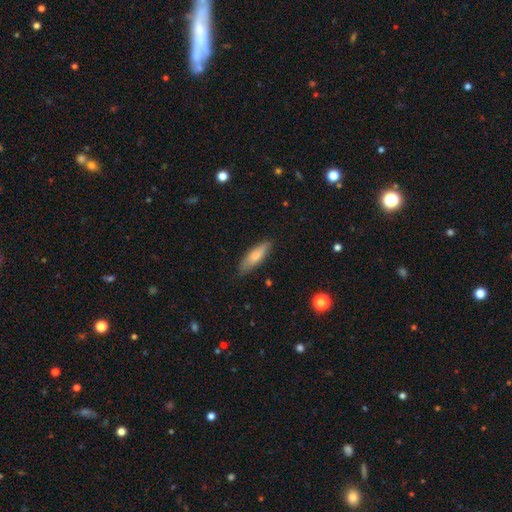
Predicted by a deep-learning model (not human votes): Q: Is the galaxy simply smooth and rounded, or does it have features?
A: smooth — 79%.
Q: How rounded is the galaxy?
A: cigar-shaped — 52%.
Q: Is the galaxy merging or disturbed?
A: none — 80%.